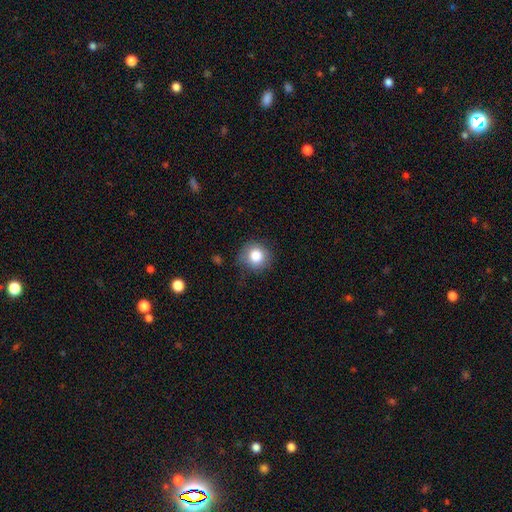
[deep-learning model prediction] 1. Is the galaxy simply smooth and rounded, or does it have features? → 84% smooth, 9% star or artifact, 7% featured or disk.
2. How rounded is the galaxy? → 90% round, 9% in between, 1% cigar-shaped.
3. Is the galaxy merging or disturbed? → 76% none, 17% minor disturbance, 5% major disturbance, 2% merger.